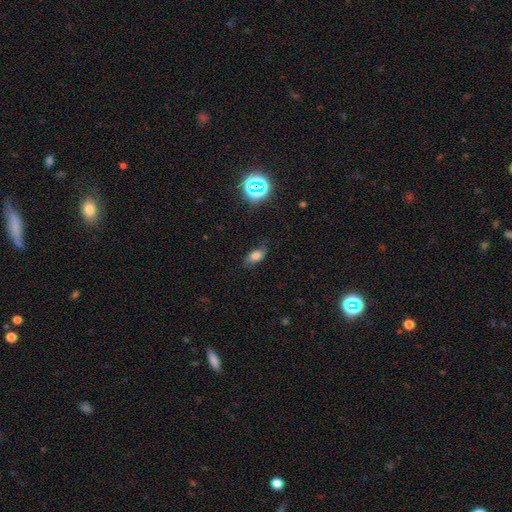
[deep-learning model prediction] Q: Smooth or featured?
A: smooth (68%); runner-up: featured or disk (16%)
Q: How rounded?
A: in between (85%); runner-up: cigar-shaped (8%)
Q: Merging?
A: none (73%); runner-up: minor disturbance (20%)